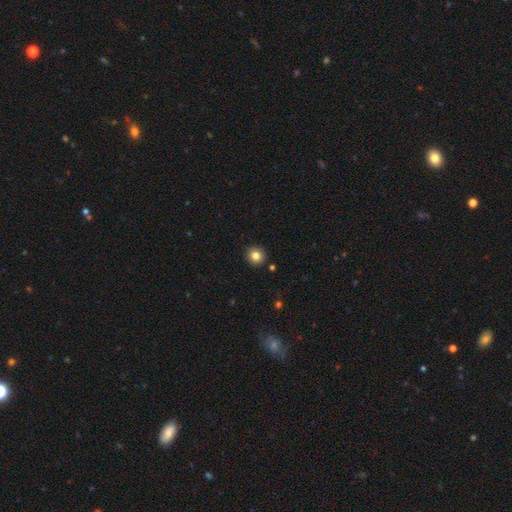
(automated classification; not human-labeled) Smooth or featured? Predicted: smooth (p=0.83). How rounded? Predicted: round (p=0.94). Merging? Predicted: none (p=0.91).